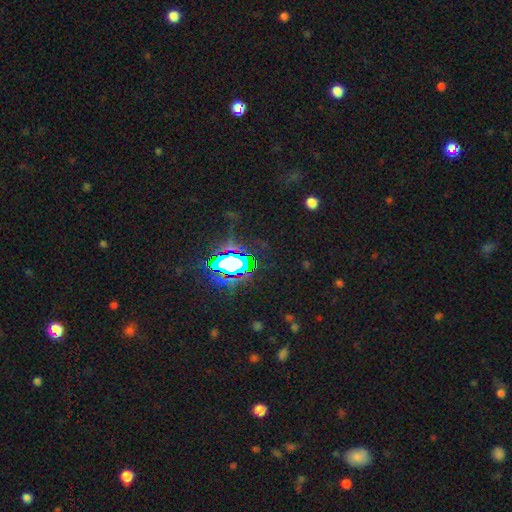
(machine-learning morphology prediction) This appears to be a star or artifact, not a galaxy (81%).